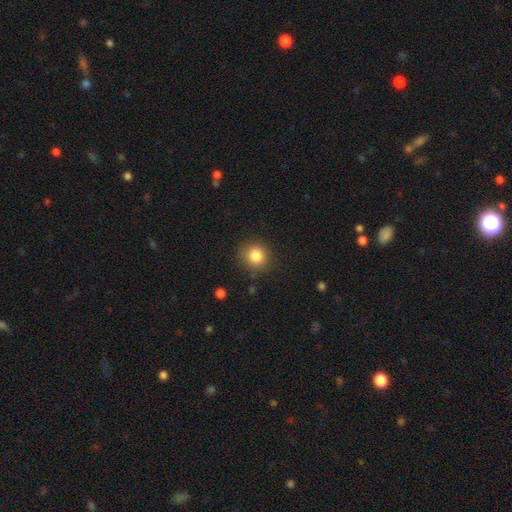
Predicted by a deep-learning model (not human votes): Smooth or featured?
  - smooth: 84% *
  - star or artifact: 10%
  - featured or disk: 6%
How rounded?
  - round: 88% *
  - in between: 11%
  - cigar-shaped: 1%
Merging?
  - none: 87% *
  - minor disturbance: 9%
  - major disturbance: 3%
  - merger: 1%